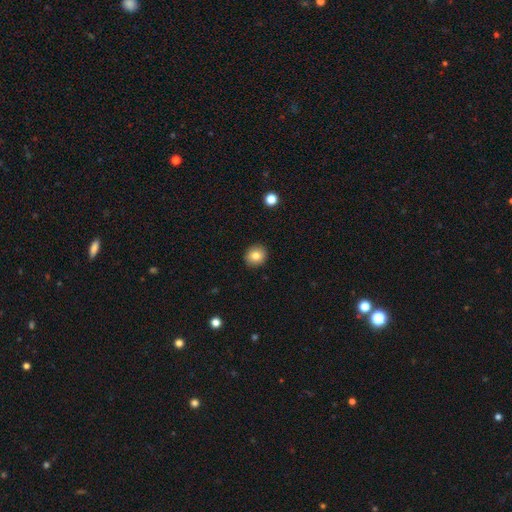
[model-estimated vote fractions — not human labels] A smooth galaxy with no disk features (82%) that is round (85%).

Vote fractions:
- Smooth or featured? smooth: 82% / star or artifact: 9% / featured or disk: 9%
- How rounded? round: 85% / in between: 14% / cigar-shaped: 1%
- Merging? none: 91% / minor disturbance: 6% / major disturbance: 2% / merger: 1%